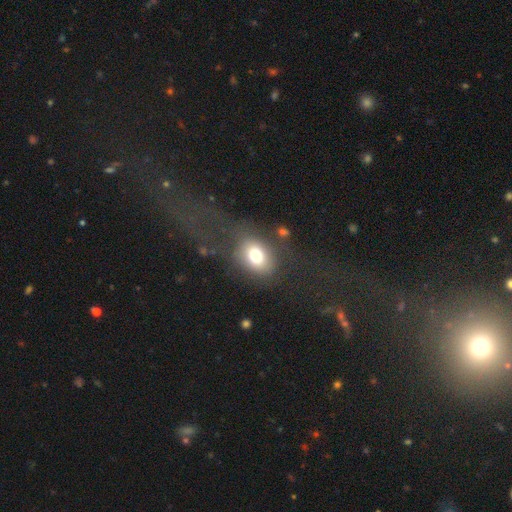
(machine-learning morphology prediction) Smooth or featured?
  - smooth: 74% *
  - featured or disk: 16%
  - star or artifact: 11%
How rounded?
  - in between: 64% *
  - round: 34%
  - cigar-shaped: 1%
Merging?
  - none: 58% *
  - major disturbance: 22%
  - minor disturbance: 17%
  - merger: 3%